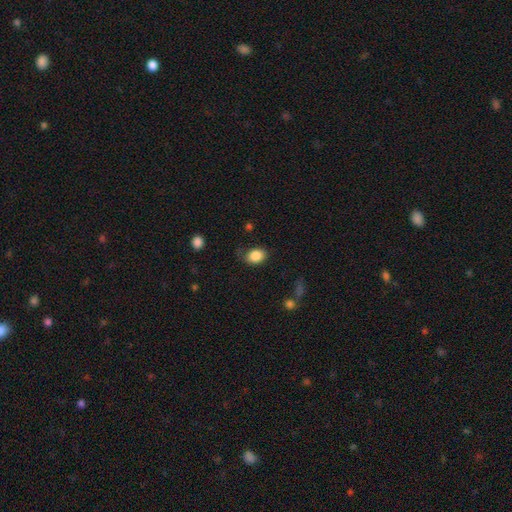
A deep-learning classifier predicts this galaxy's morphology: Overall: smooth (87%). How rounded: in between (71%). Merging: none (74%).